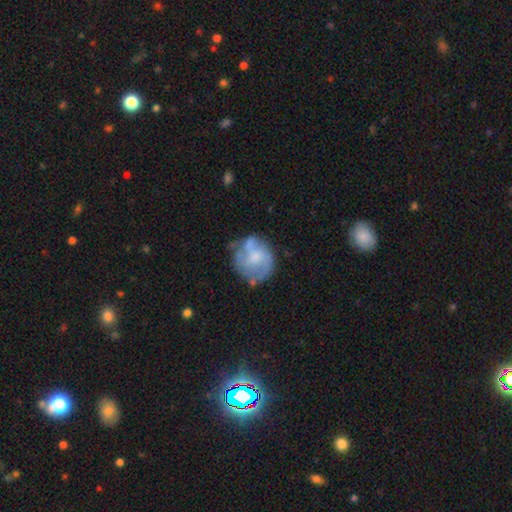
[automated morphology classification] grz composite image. It shows a featured or disk galaxy (58%) with no bar (67%), spiral arms (57%) and a small central bulge (39%). Merging: none (57%).